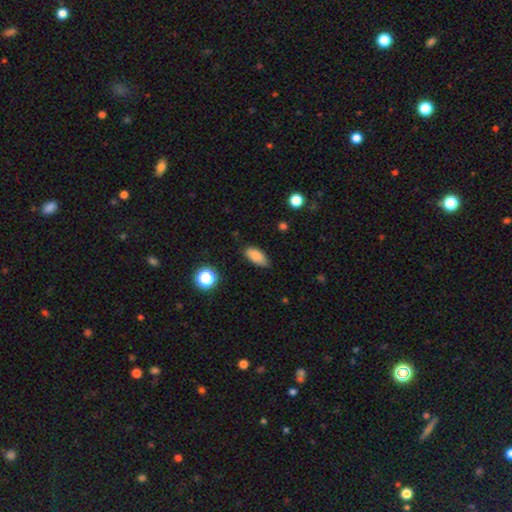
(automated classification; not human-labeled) smooth 84%, star or artifact 9%, featured or disk 7%. Down the decision tree: how rounded — in between (88%); merging — none (79%).